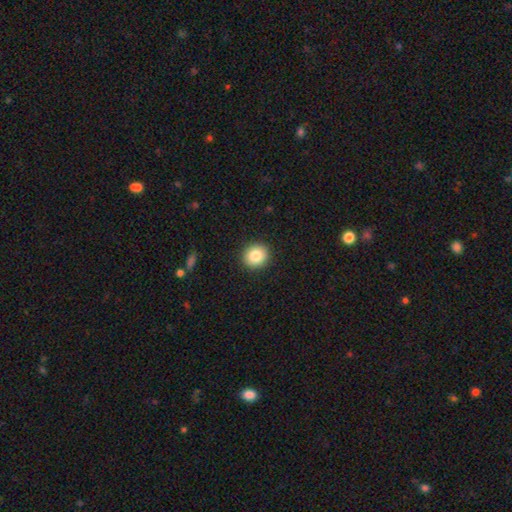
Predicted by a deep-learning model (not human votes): This is clearly a smooth galaxy (85%). How rounded: clearly round (83%). Merging: clearly none (91%).